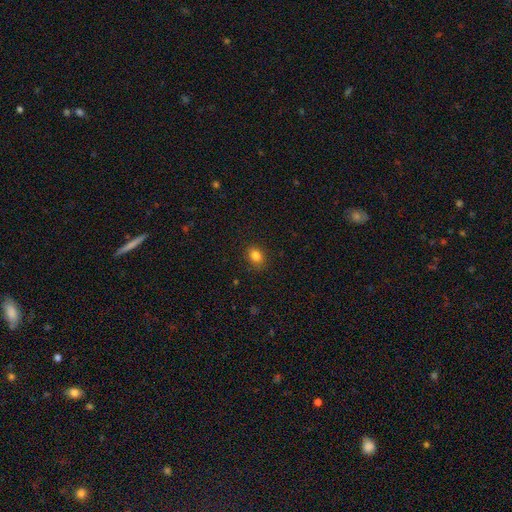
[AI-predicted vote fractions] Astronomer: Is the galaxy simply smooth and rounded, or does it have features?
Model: smooth — 83%.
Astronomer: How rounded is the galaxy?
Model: in between — 54% (runner-up: round, 45%).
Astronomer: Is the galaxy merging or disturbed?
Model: none — 87%.